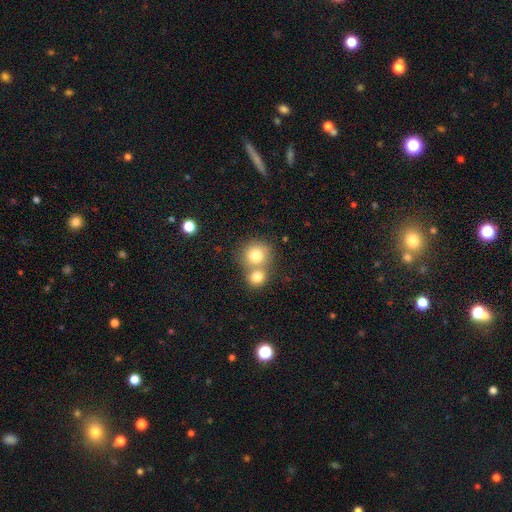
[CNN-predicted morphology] Smooth or featured: smooth — 77% (featured or disk — 13%)
How rounded: round — 86% (in between — 13%)
Merging: merger — 52% (none — 39%)